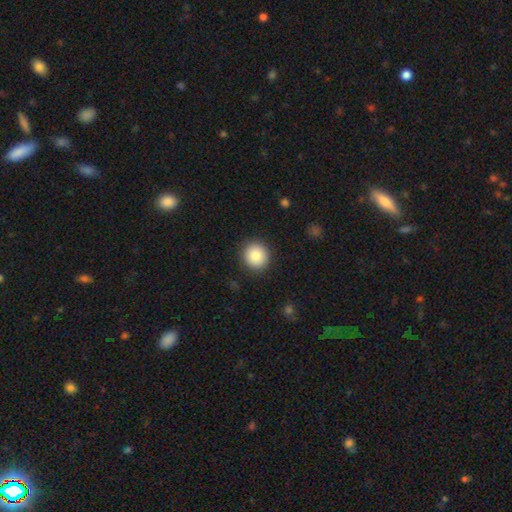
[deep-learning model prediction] Smooth or featured: smooth — 86% (star or artifact — 8%)
How rounded: round — 93% (in between — 6%)
Merging: none — 91% (minor disturbance — 6%)